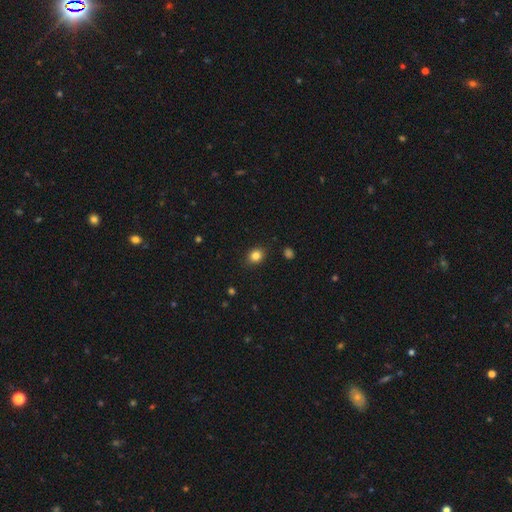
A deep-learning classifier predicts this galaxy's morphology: Smooth or featured: smooth — 84% (star or artifact — 11%)
How rounded: round — 59% (in between — 40%)
Merging: none — 89% (minor disturbance — 8%)